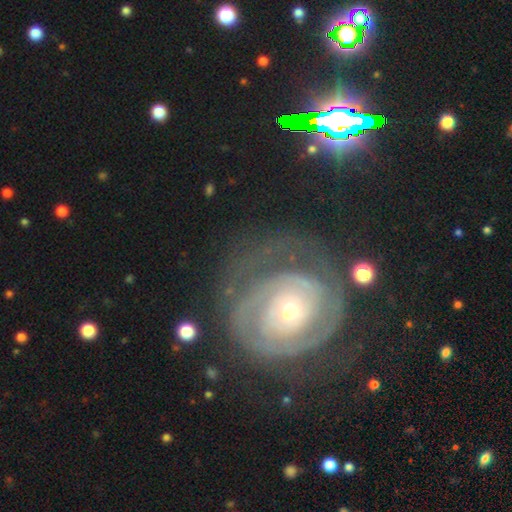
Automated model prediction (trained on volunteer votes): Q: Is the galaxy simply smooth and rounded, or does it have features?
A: featured or disk — 81%.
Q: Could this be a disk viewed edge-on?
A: no — 97%.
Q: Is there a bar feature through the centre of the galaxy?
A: no — 70%.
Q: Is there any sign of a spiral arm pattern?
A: yes — 87%.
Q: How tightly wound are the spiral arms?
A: tight — 74%.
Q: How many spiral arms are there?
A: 2 — 39%.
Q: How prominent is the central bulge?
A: small — 49%.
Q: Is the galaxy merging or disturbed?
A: none — 66%.